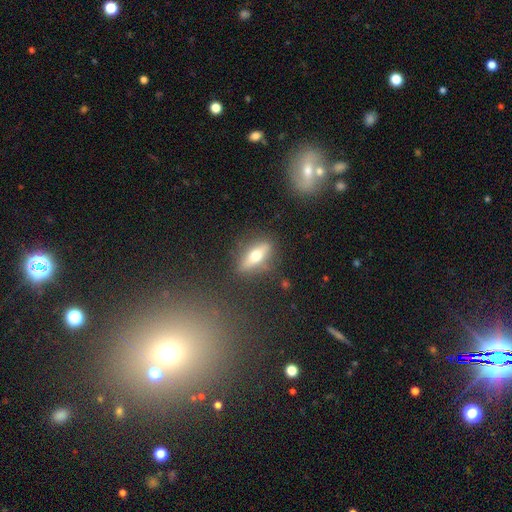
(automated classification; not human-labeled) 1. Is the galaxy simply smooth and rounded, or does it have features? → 49% featured or disk, 43% smooth, 8% star or artifact.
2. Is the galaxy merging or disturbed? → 80% none, 12% minor disturbance, 4% major disturbance, 3% merger.